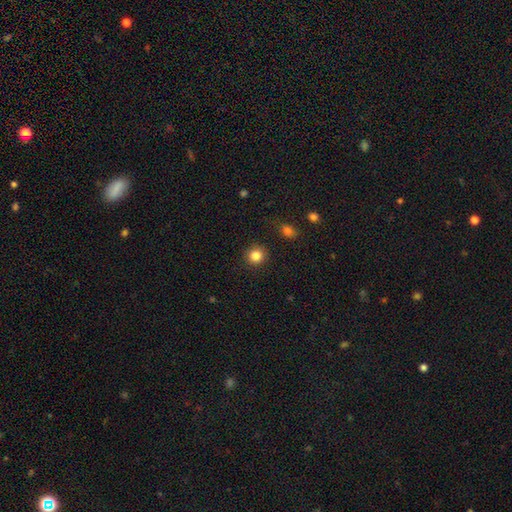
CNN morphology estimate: Q: Smooth or featured?
A: smooth (85%); runner-up: star or artifact (11%)
Q: How rounded?
A: round (91%); runner-up: in between (8%)
Q: Merging?
A: none (90%); runner-up: minor disturbance (6%)